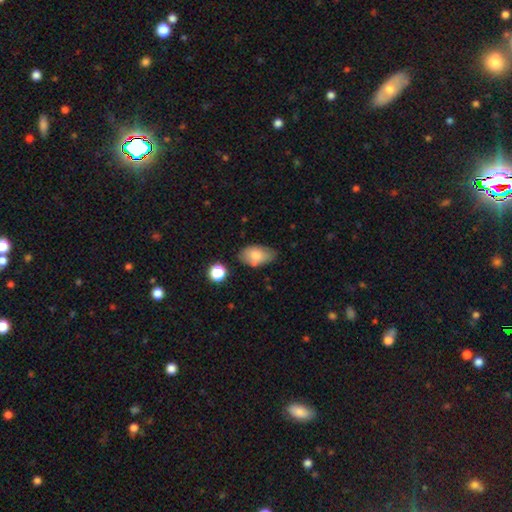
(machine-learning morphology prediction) smooth 78%, featured or disk 15%, star or artifact 8%. Down the decision tree: how rounded — in between (91%); merging — none (64%).